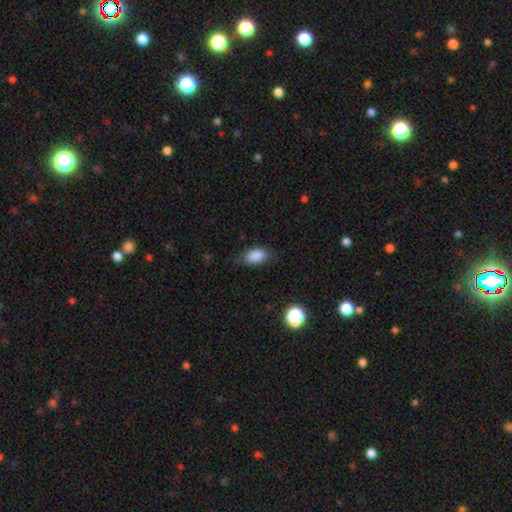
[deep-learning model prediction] This is clearly a smooth galaxy (85%). How rounded: clearly in between (90%). Merging: likely none (69%).